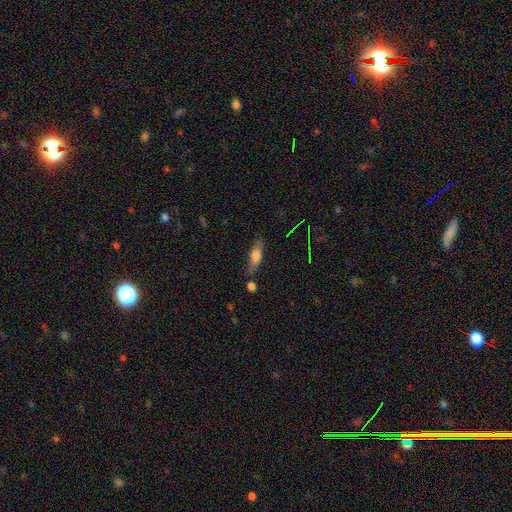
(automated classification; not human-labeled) smooth-or-featured: smooth: 57% | featured or disk: 34% | star or artifact: 10%
  how-rounded: in between: 51% | cigar-shaped: 45% | round: 4%
  merging: none: 66% | minor disturbance: 21% | merger: 7% | major disturbance: 6%